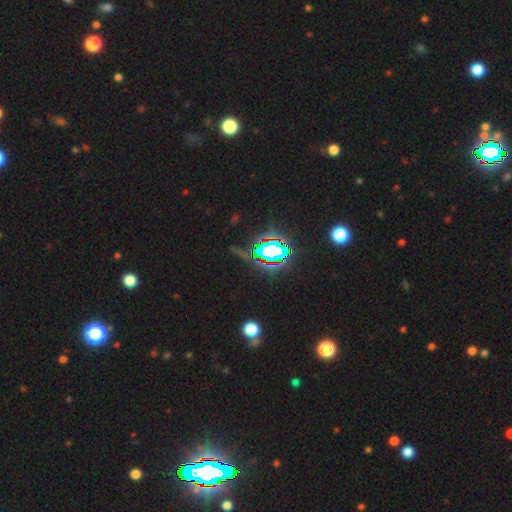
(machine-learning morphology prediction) type=star or artifact (81%).